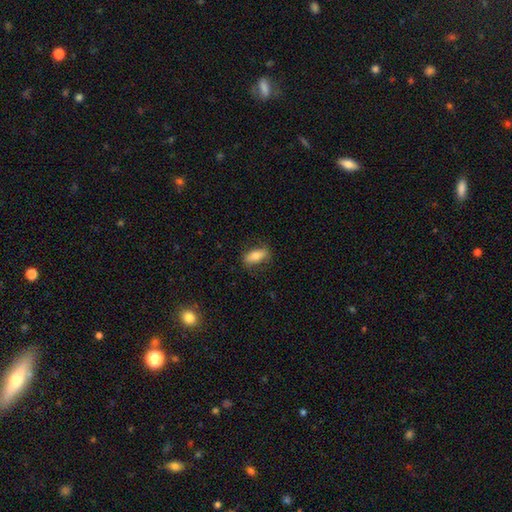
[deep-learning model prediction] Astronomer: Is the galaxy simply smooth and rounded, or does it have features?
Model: smooth — 71%.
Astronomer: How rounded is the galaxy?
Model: in between — 77%.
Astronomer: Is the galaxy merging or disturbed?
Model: none — 79%.